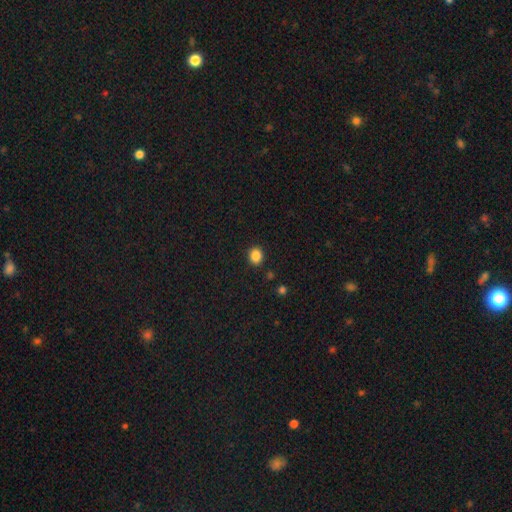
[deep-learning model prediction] smooth_or_featured: smooth (p=0.86) [alt: star or artifact p=0.11]
how_rounded: round (p=0.67) [alt: in between p=0.32]
merging: none (p=0.89) [alt: minor disturbance p=0.07]